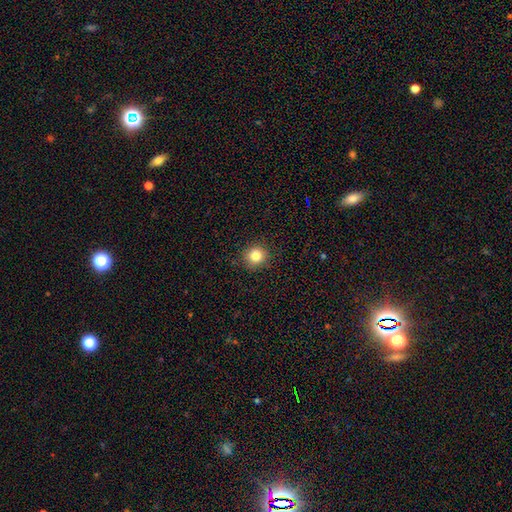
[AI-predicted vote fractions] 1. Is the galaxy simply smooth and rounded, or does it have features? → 83% smooth, 11% star or artifact, 6% featured or disk.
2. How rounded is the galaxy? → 91% round, 8% in between, 1% cigar-shaped.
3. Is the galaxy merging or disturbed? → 90% none, 6% minor disturbance, 2% major disturbance, 1% merger.